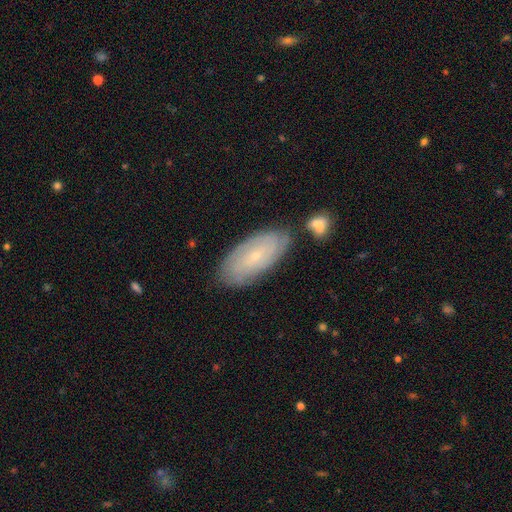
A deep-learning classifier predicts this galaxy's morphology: The model was most divided on "smooth or featured": featured or disk: 61%, smooth: 32%, star or artifact: 7%. More confident: edge-on disk — no (92%); bulge size — small (83%); spiral arms — yes (83%); bar — no (73%); merging — none (71%).